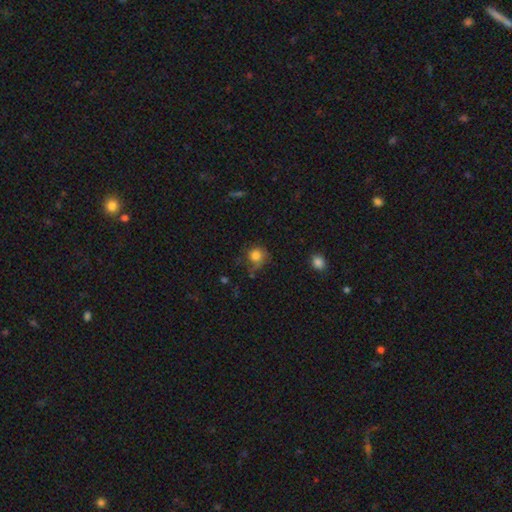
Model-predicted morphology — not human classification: This is likely a smooth galaxy (77%). How rounded: clearly round (83%). Merging: possibly none (53%).